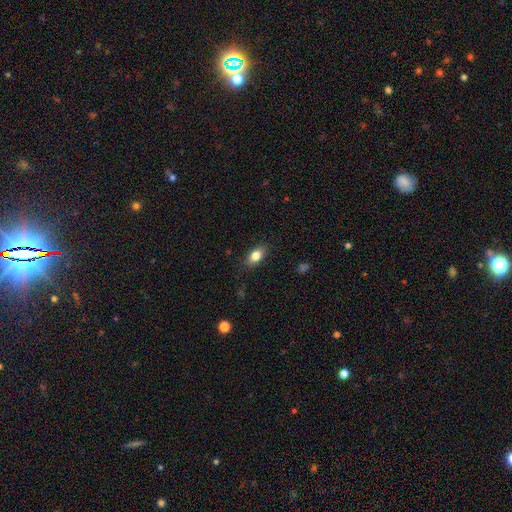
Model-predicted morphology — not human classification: The model was most divided on "smooth or featured": smooth: 81%, featured or disk: 10%, star or artifact: 8%. More confident: how rounded — in between (86%); merging — none (85%).